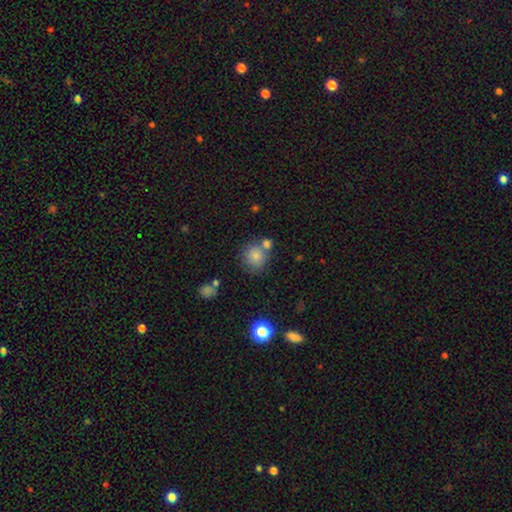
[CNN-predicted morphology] Smooth or featured? Predicted: smooth (p=0.80). How rounded? Predicted: round (p=0.85). Merging? Predicted: none (p=0.60).